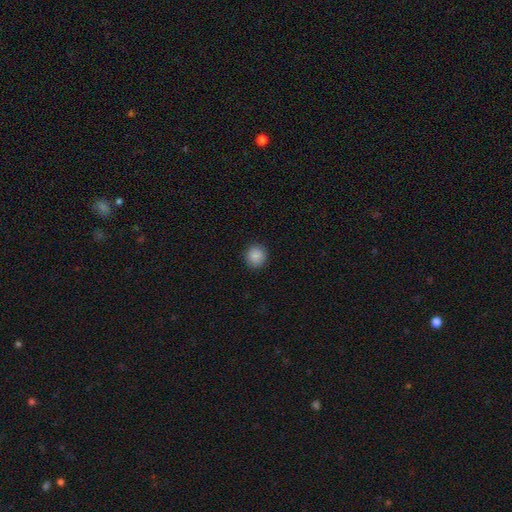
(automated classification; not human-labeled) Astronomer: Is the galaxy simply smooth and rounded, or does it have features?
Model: smooth — 88%.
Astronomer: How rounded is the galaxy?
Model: round — 89%.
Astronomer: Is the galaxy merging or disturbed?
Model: none — 91%.